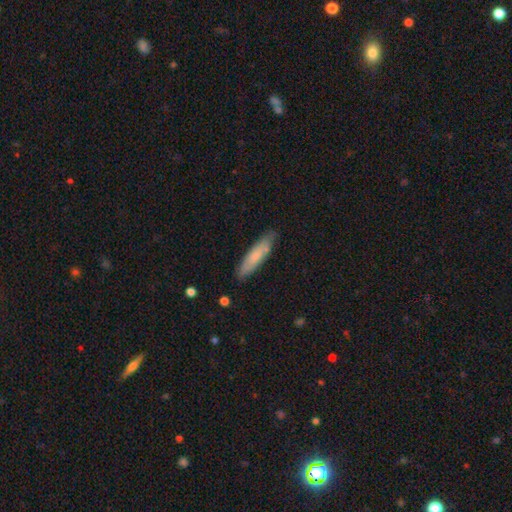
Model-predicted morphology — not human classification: A smooth galaxy with no disk features (71%) that is cigar-shaped (78%). Merging: none (84%).